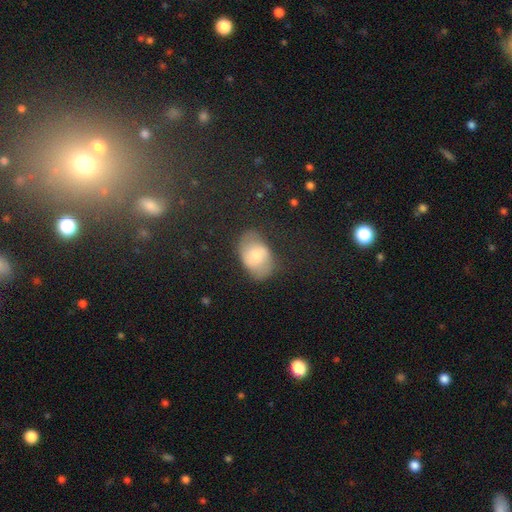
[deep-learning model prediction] smooth_or_featured: smooth (p=0.64) [alt: featured or disk p=0.26]
how_rounded: in between (p=0.84) [alt: round p=0.14]
merging: none (p=0.62) [alt: minor disturbance p=0.25]